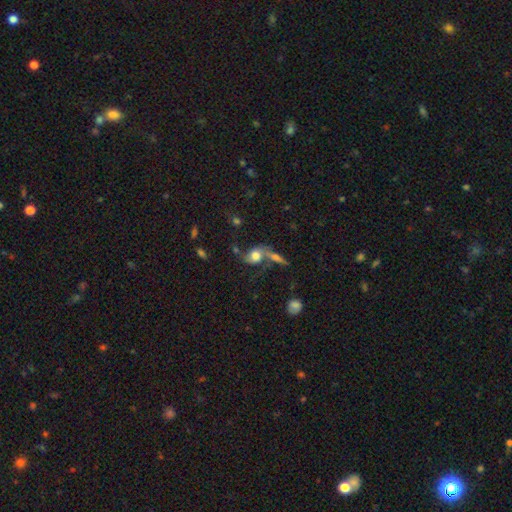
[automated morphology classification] Overall: smooth (44%, tied with featured or disk). Merging: merger (41%; none 33%).